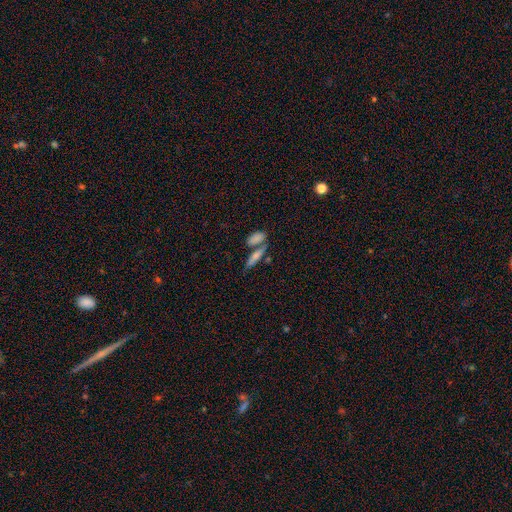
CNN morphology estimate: Overall: smooth (60%; featured or disk 28%). How rounded: cigar-shaped (63%; in between 32%). Merging: none (51%; merger 35%).